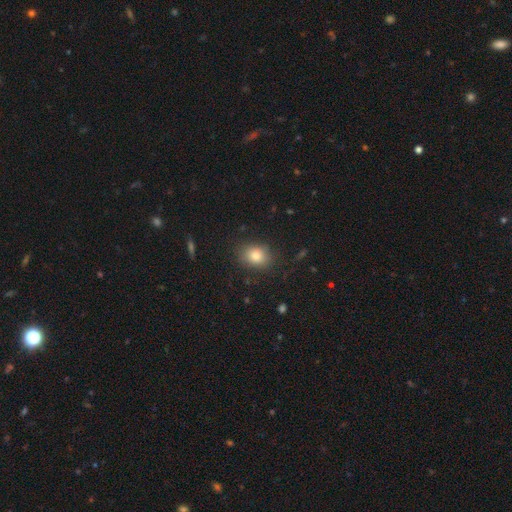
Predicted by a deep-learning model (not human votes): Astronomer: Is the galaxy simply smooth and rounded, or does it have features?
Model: smooth — 82%.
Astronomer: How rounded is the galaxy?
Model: in between — 57% (runner-up: round, 42%).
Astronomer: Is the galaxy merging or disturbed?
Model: none — 83%.